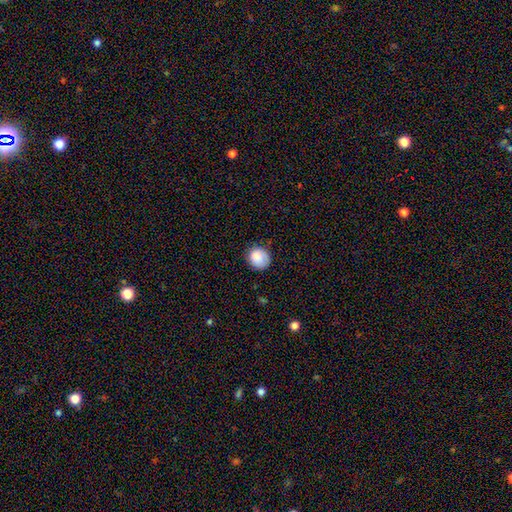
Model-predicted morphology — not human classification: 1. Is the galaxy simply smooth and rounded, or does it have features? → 85% smooth, 8% star or artifact, 7% featured or disk.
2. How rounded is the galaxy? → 84% round, 16% in between, 1% cigar-shaped.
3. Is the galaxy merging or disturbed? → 77% none, 18% minor disturbance, 4% major disturbance, 1% merger.